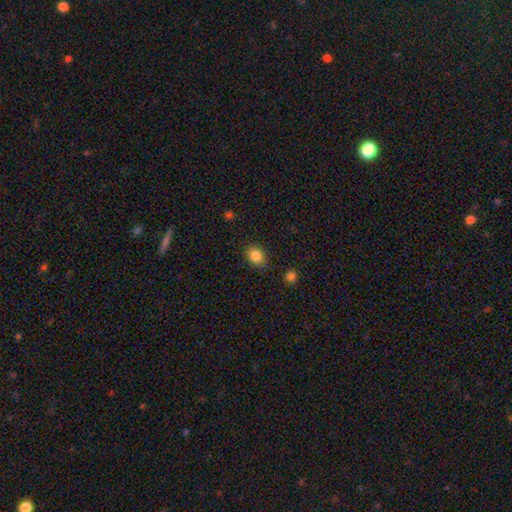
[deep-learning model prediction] This is clearly a smooth galaxy (85%). How rounded: possibly round (52%). Merging: clearly none (84%).